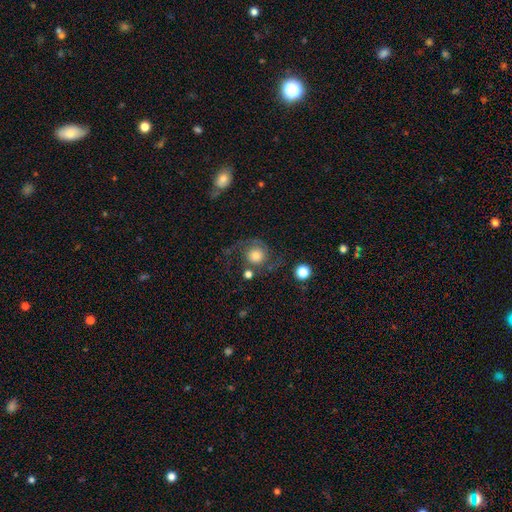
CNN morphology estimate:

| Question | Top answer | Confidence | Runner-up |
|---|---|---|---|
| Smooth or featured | featured or disk | 56% | smooth (35%) |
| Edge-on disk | no | 97% | yes (3%) |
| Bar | no | 81% | weak (16%) |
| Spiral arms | yes | 89% | no (11%) |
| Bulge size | moderate | 44% | small (26%) |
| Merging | none | 53% | major disturbance (23%) |